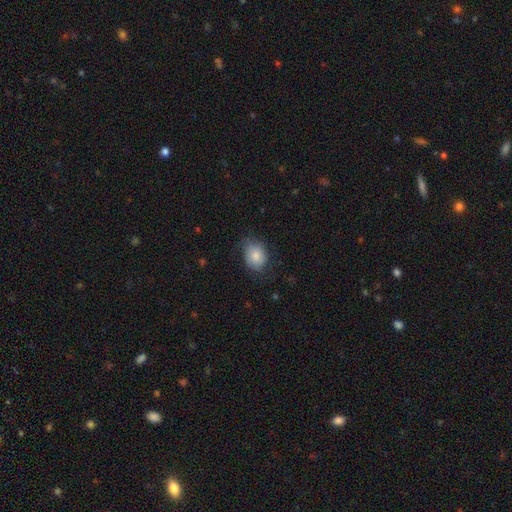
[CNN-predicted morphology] Smooth or featured? smooth (82%)
How rounded? in between (55%)
Merging? none (68%)